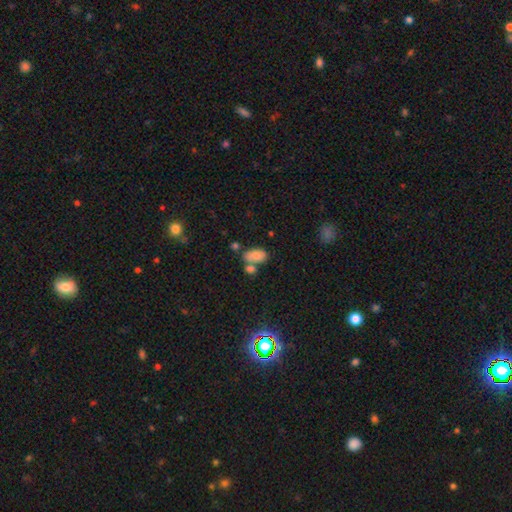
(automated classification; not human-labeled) A smooth galaxy with no disk features (77%) that is in between round and cigar-shaped (92%). Merging: none (48%).